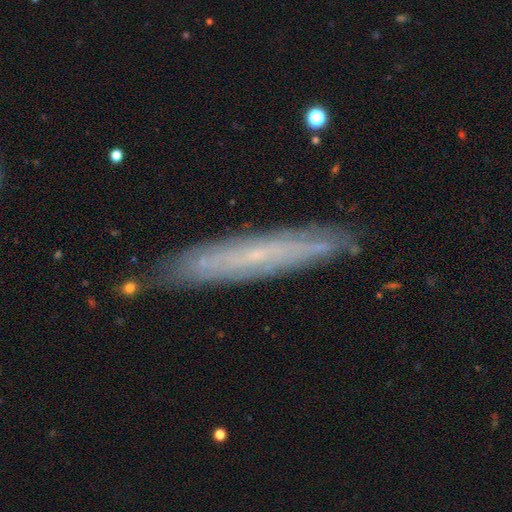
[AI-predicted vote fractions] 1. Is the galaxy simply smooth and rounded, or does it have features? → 61% featured or disk, 31% smooth, 8% star or artifact.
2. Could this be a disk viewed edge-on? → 59% yes, 41% no.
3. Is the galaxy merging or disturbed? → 81% none, 14% minor disturbance, 3% major disturbance, 2% merger.